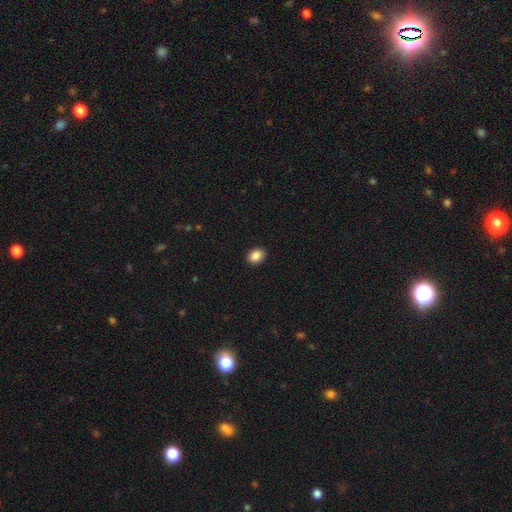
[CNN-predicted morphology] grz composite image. It shows a smooth galaxy with no disk features (88%) that is in between round and cigar-shaped (51%). Merging: none (92%).